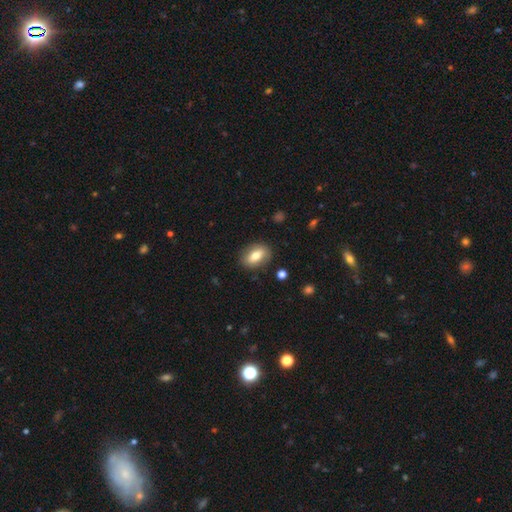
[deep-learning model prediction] smooth 73%, featured or disk 20%, star or artifact 8%. Down the decision tree: how rounded — in between (84%); merging — none (85%).